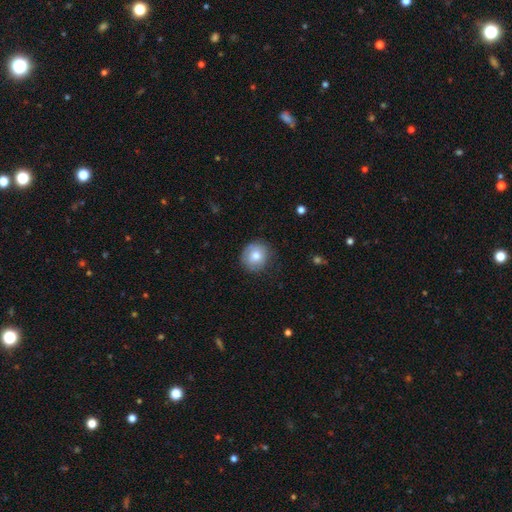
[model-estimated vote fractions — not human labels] Q: Smooth or featured?
A: smooth (76%); runner-up: featured or disk (16%)
Q: How rounded?
A: round (87%); runner-up: in between (12%)
Q: Merging?
A: none (78%); runner-up: minor disturbance (17%)